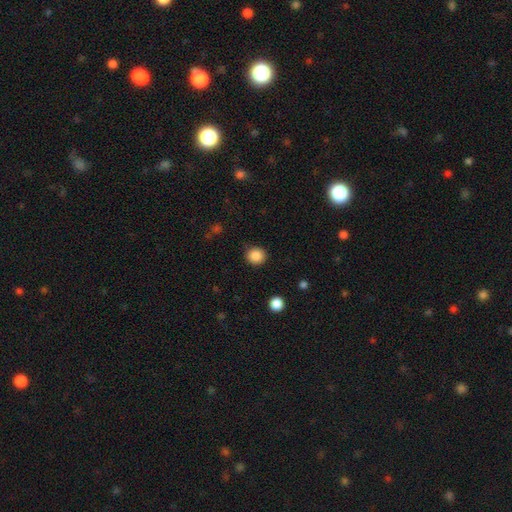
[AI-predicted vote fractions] Smooth or featured: smooth — 87% (star or artifact — 10%)
How rounded: round — 89% (in between — 10%)
Merging: none — 87% (minor disturbance — 9%)